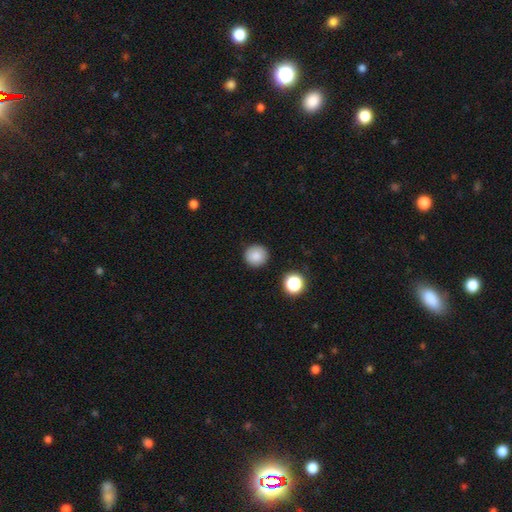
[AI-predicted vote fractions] smooth 84%, star or artifact 10%, featured or disk 5%. Down the decision tree: how rounded — round (93%); merging — none (90%).